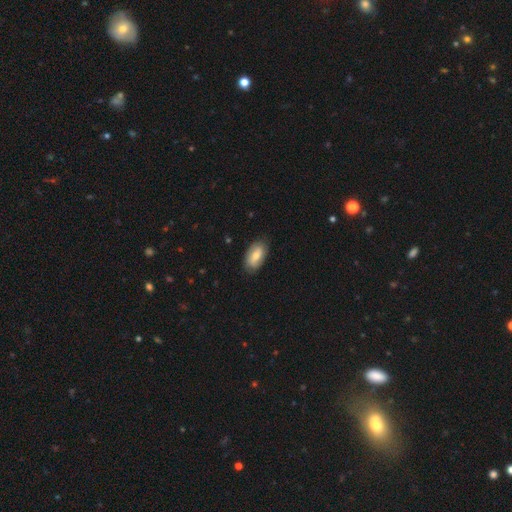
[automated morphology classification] Smooth or featured: smooth — 67% (featured or disk — 27%)
How rounded: in between — 93% (cigar-shaped — 4%)
Merging: none — 82% (minor disturbance — 14%)